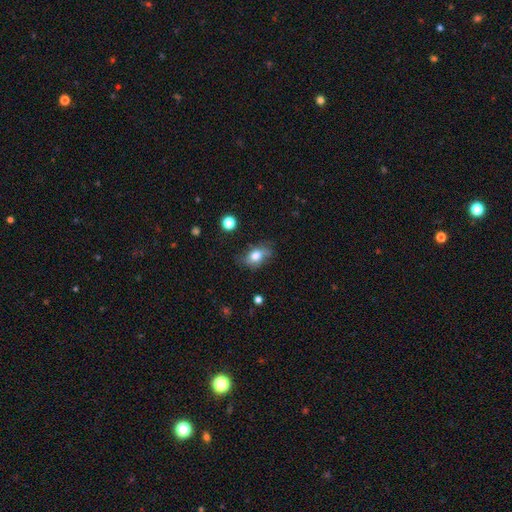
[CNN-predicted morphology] Smooth or featured? Predicted: smooth (p=0.71). How rounded? Predicted: in between (p=0.79). Merging? Predicted: none (p=0.59).